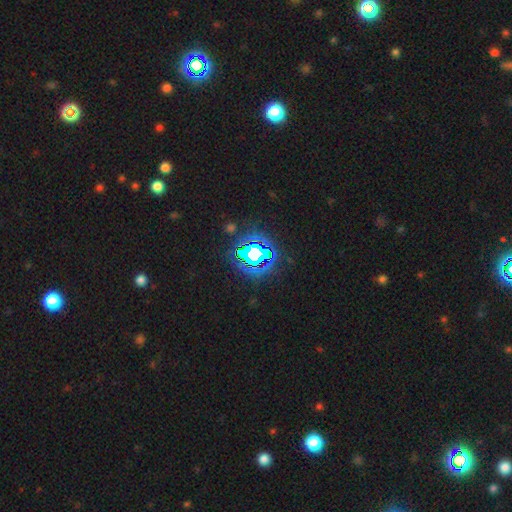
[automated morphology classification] Q: Smooth or featured?
A: star or artifact (71%); runner-up: smooth (16%)